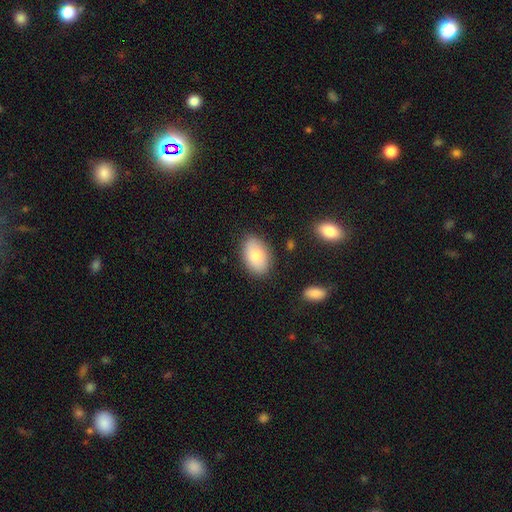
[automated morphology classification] The model was most divided on "smooth or featured": smooth: 81%, featured or disk: 12%, star or artifact: 6%. More confident: how rounded — in between (91%); merging — none (83%).